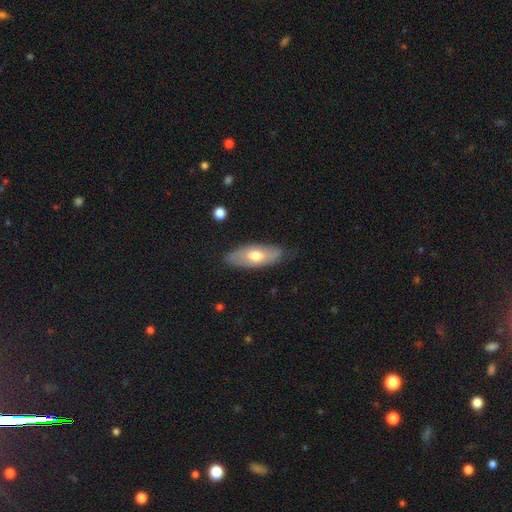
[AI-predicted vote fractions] A smooth galaxy with no disk features (58%) that is in between round and cigar-shaped (80%). Merging: none (77%).